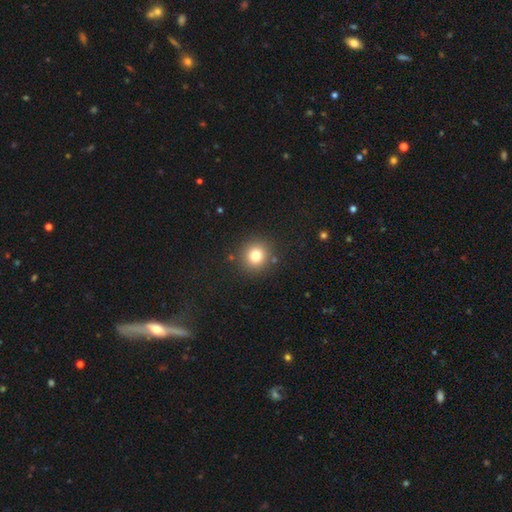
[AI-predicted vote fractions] Smooth or featured? smooth (79%)
How rounded? round (91%)
Merging? none (88%)